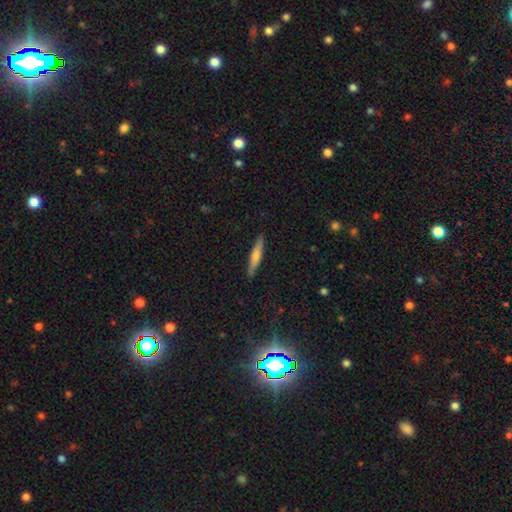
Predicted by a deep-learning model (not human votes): Overall: smooth (50%; featured or disk 42%). How rounded: cigar-shaped (92%). Merging: none (90%).